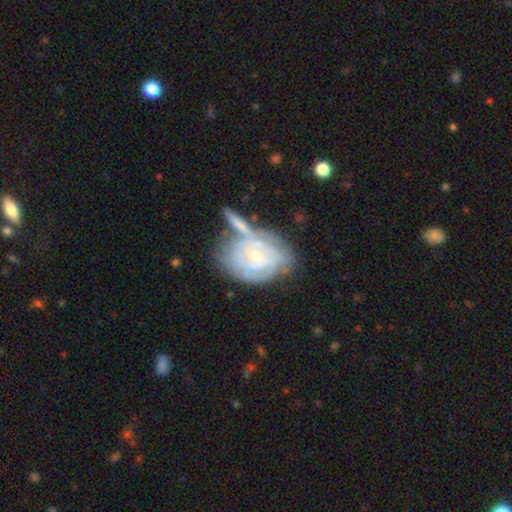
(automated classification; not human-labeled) smooth-or-featured: featured or disk: 82% | smooth: 12% | star or artifact: 6%
  disk-edge-on: no: 96% | yes: 4%
    bar: no: 58% | weak: 34% | strong: 8%
    has-spiral-arms: yes: 92% | no: 8%
      spiral-winding: tight: 75% | medium: 20% | loose: 5%
      spiral-arm-count: can't tell: 41% | 2: 24% | 3: 17% | 4: 9% | 1: 5% | more than 4: 4%
    bulge-size: small: 58% | moderate: 38% | large: 2% | none: 1% | dominant: 1%
  merging: none: 46% | merger: 24% | minor disturbance: 19% | major disturbance: 11%